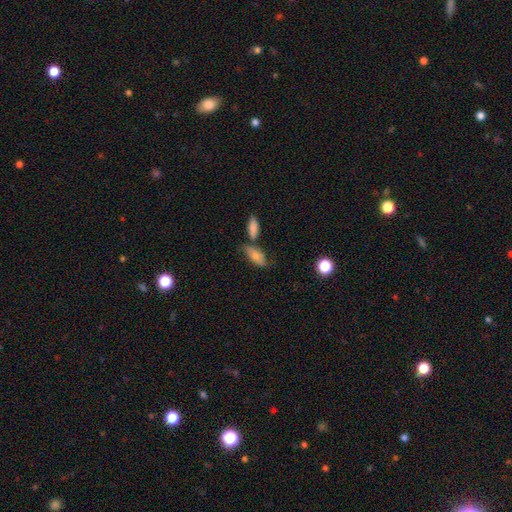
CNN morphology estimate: The model was most divided on "merging": none: 50%, merger: 23%, minor disturbance: 20%, major disturbance: 7%. More confident: how rounded — in between (82%); smooth or featured — smooth (69%).